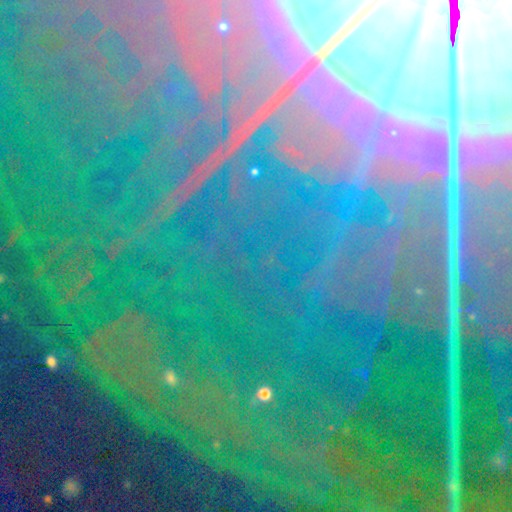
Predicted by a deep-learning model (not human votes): This appears to be a star or artifact, not a galaxy (83%).